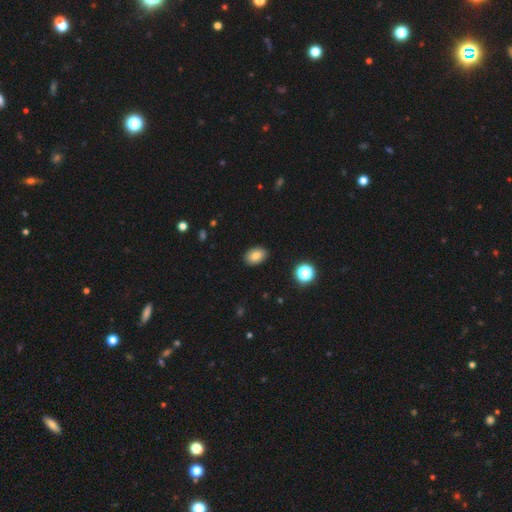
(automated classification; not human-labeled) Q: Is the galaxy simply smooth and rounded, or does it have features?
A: smooth — 80%.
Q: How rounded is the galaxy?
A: in between — 81%.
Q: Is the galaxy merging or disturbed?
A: none — 89%.